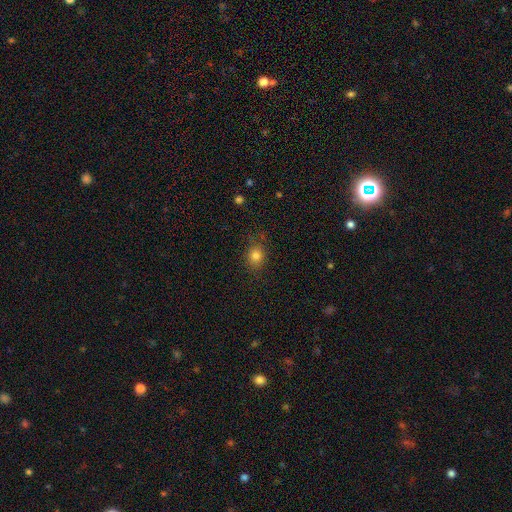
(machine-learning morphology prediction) The model was most divided on "how rounded": round: 64%, in between: 35%, cigar-shaped: 1%. More confident: smooth or featured — smooth (82%); merging — none (79%).